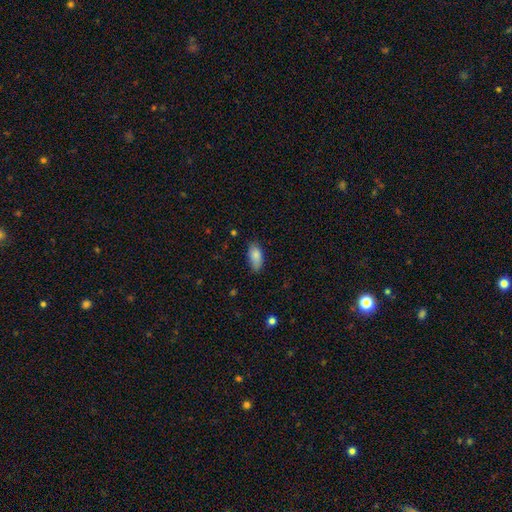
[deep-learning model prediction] Q: Smooth or featured?
A: smooth (87%); runner-up: star or artifact (7%)
Q: How rounded?
A: in between (90%); runner-up: cigar-shaped (8%)
Q: Merging?
A: none (76%); runner-up: minor disturbance (19%)